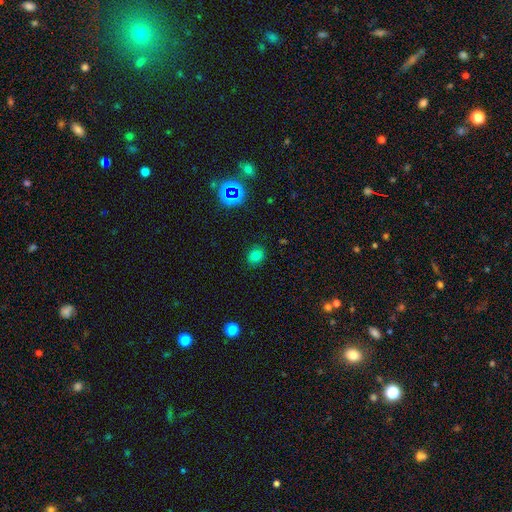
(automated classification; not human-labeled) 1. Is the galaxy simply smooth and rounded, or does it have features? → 75% smooth, 18% star or artifact, 7% featured or disk.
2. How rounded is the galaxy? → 65% round, 34% in between, 1% cigar-shaped.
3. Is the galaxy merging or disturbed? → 87% none, 9% minor disturbance, 3% major disturbance, 1% merger.